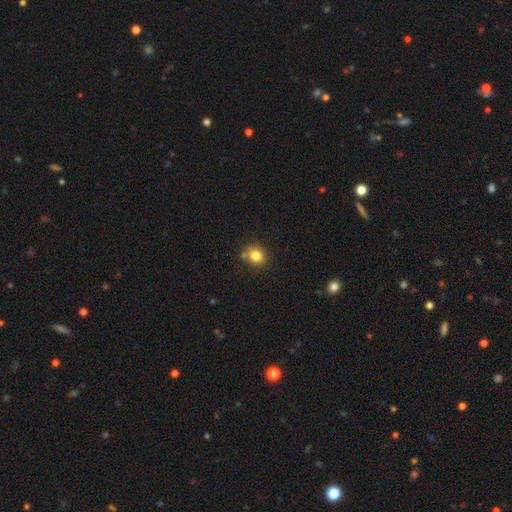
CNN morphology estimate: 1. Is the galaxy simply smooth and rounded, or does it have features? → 82% smooth, 11% star or artifact, 8% featured or disk.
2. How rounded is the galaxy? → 62% round, 37% in between, 1% cigar-shaped.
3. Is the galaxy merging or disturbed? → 70% none, 15% minor disturbance, 11% merger, 4% major disturbance.